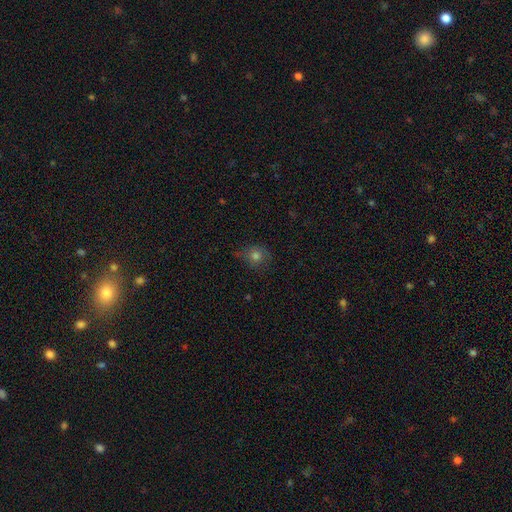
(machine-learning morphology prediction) The model was most divided on "merging": none: 66%, minor disturbance: 24%, major disturbance: 8%, merger: 2%. More confident: how rounded — round (81%); smooth or featured — smooth (73%).